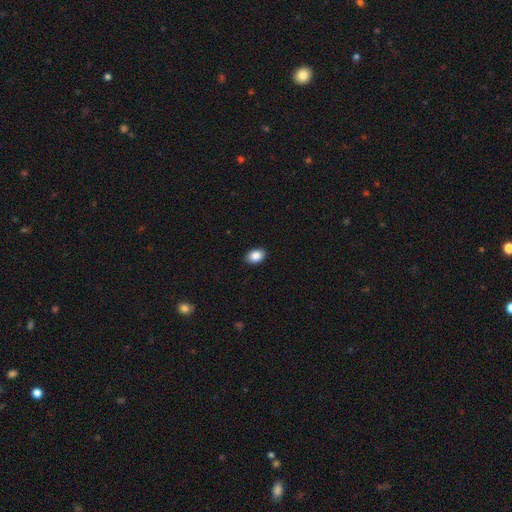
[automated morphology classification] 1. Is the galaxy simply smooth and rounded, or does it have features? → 87% smooth, 8% star or artifact, 5% featured or disk.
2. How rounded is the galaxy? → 80% in between, 19% round, 1% cigar-shaped.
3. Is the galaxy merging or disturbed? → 90% none, 8% minor disturbance, 2% major disturbance, 1% merger.